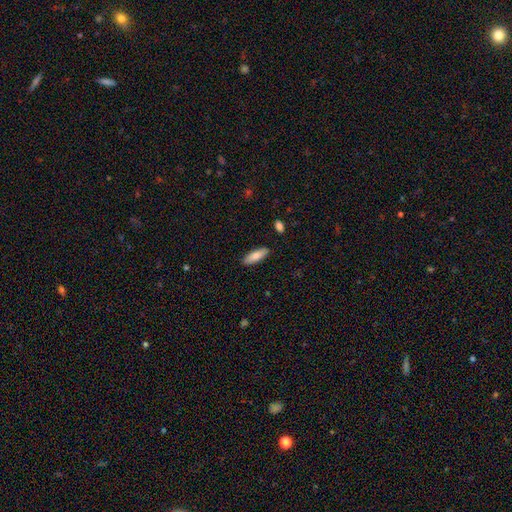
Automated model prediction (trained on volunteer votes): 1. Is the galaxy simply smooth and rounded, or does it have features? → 81% smooth, 13% featured or disk, 6% star or artifact.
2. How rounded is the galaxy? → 58% in between, 41% cigar-shaped, 2% round.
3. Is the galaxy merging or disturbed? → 88% none, 9% minor disturbance, 2% major disturbance, 2% merger.